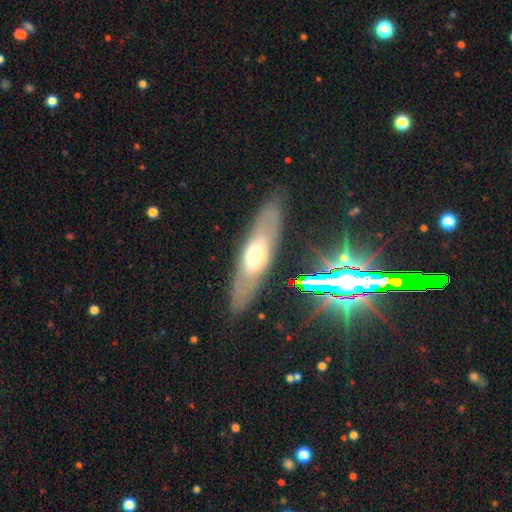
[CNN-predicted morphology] Smooth or featured: featured or disk — 51% (smooth — 39%)
Edge-on disk: yes — 53% (no — 47%)
Merging: none — 84% (minor disturbance — 10%)